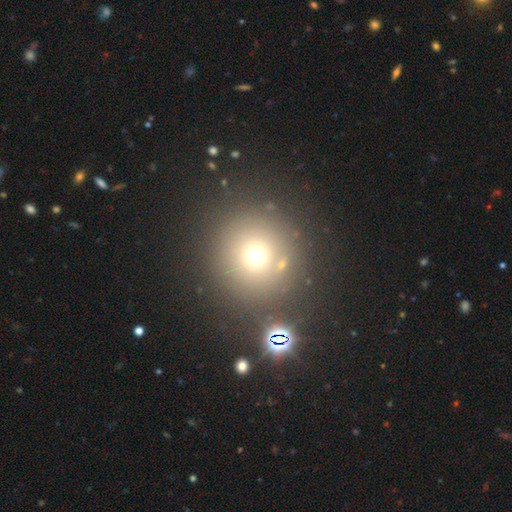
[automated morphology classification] smooth_or_featured: smooth (p=0.65) [alt: star or artifact p=0.23]
how_rounded: round (p=0.94) [alt: in between p=0.05]
merging: none (p=0.81) [alt: minor disturbance p=0.08]